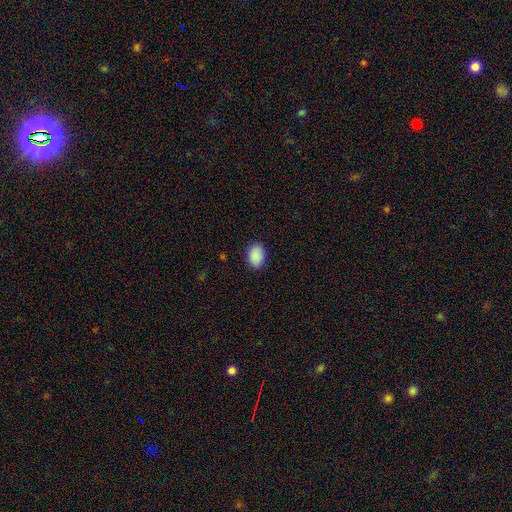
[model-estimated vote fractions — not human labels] Q: Smooth or featured?
A: smooth (90%); runner-up: star or artifact (7%)
Q: How rounded?
A: in between (76%); runner-up: round (23%)
Q: Merging?
A: none (87%); runner-up: minor disturbance (10%)